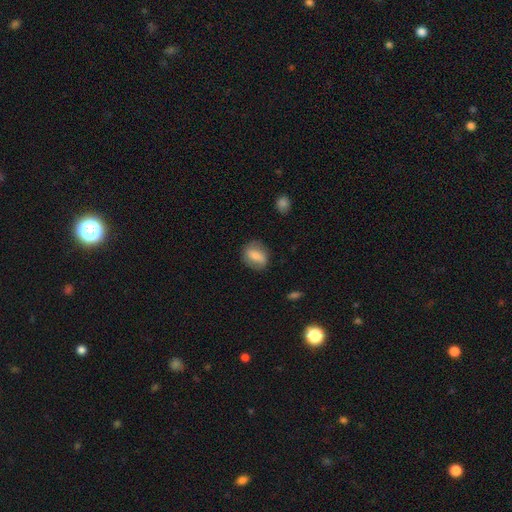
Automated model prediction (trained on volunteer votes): smooth-or-featured: smooth: 66% | featured or disk: 26% | star or artifact: 8%
  how-rounded: in between: 55% | round: 42% | cigar-shaped: 3%
  merging: none: 78% | minor disturbance: 16% | major disturbance: 5% | merger: 1%